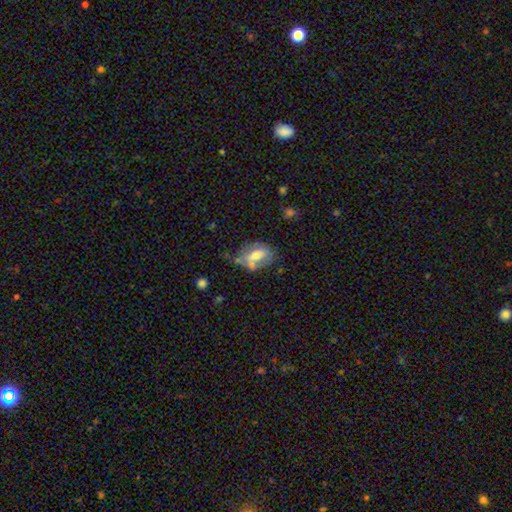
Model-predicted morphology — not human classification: Smooth or featured: smooth — 51% (featured or disk — 41%)
How rounded: in between — 77% (round — 19%)
Merging: none — 42% (minor disturbance — 28%)